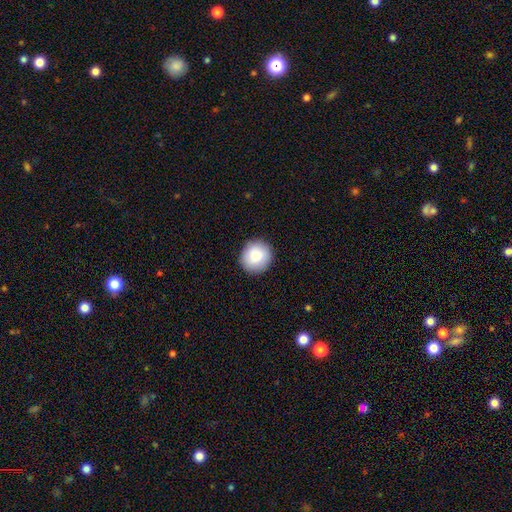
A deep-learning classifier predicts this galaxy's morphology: Smooth or featured: smooth — 88% (star or artifact — 7%)
How rounded: round — 91% (in between — 8%)
Merging: none — 90% (minor disturbance — 7%)